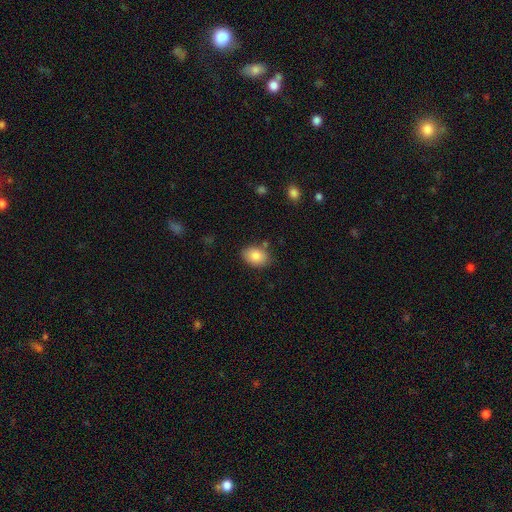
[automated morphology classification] type=smooth (85%); roundness=in between (79%); merging=none (78%).